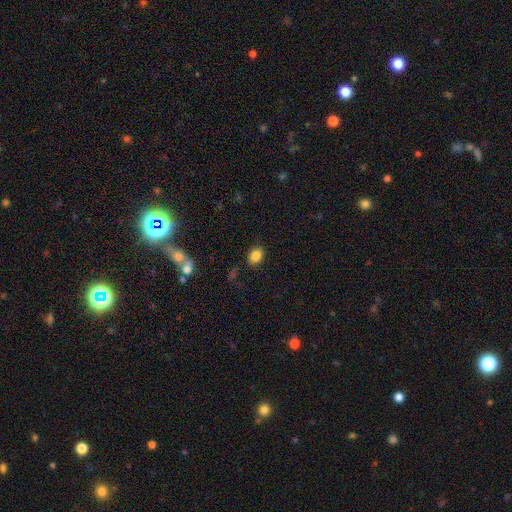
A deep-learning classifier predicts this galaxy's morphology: This appears to be a smooth galaxy with no disk features (85%) that is in between round and cigar-shaped (60%). Merging: none (82%).